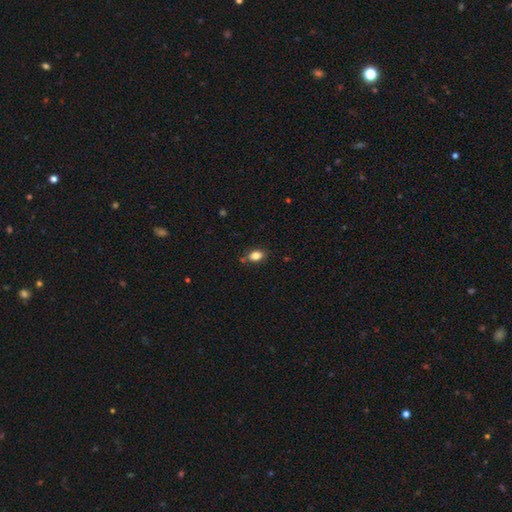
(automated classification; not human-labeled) A smooth galaxy with no disk features (82%) that is in between round and cigar-shaped (82%).

Vote fractions:
- Smooth or featured? smooth: 82% / star or artifact: 10% / featured or disk: 8%
- How rounded? in between: 82% / round: 15% / cigar-shaped: 2%
- Merging? none: 77% / minor disturbance: 15% / merger: 5% / major disturbance: 3%